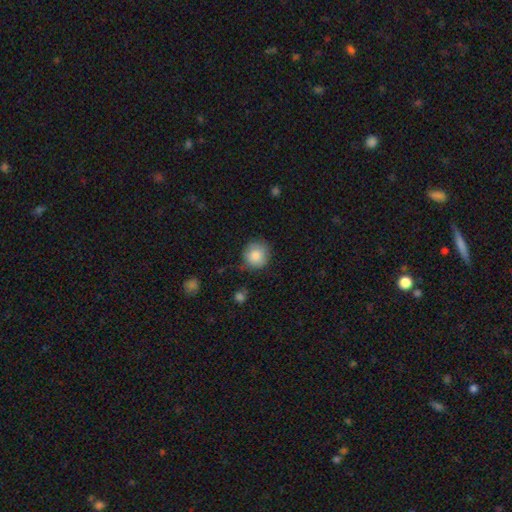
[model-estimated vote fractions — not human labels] This is clearly a smooth galaxy (86%). How rounded: clearly round (91%). Merging: likely none (77%).